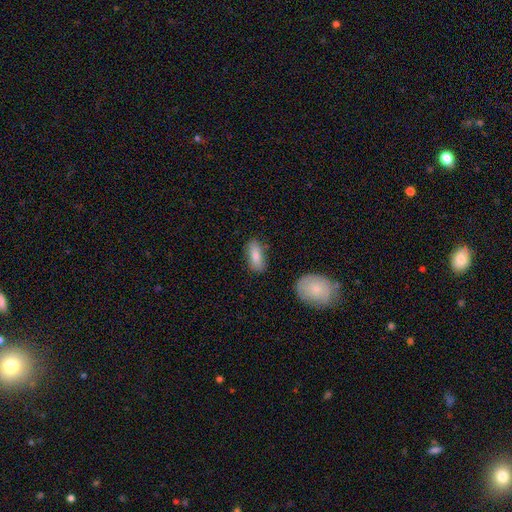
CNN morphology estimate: type=smooth (81%); roundness=in between (79%); merging=none (77%).